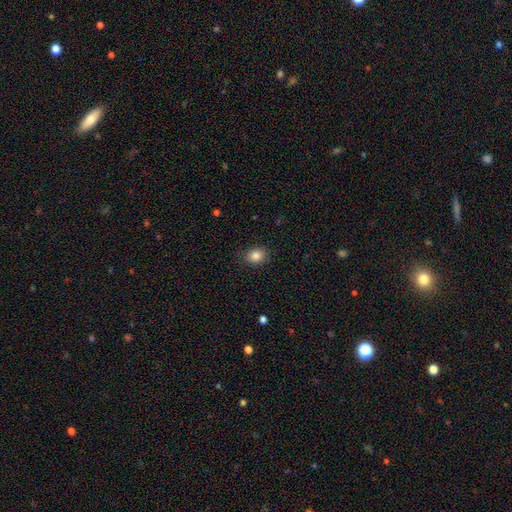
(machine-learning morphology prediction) This is clearly a smooth galaxy (85%). How rounded: possibly round (50%). Merging: clearly none (86%).